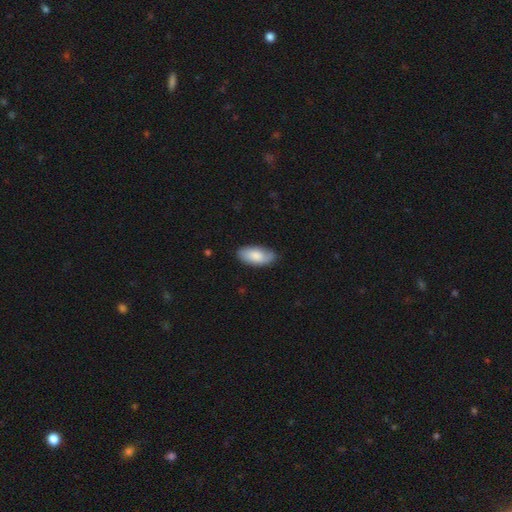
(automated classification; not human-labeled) Q: Smooth or featured?
A: smooth (79%); runner-up: featured or disk (16%)
Q: How rounded?
A: in between (93%); runner-up: cigar-shaped (5%)
Q: Merging?
A: none (79%); runner-up: minor disturbance (17%)